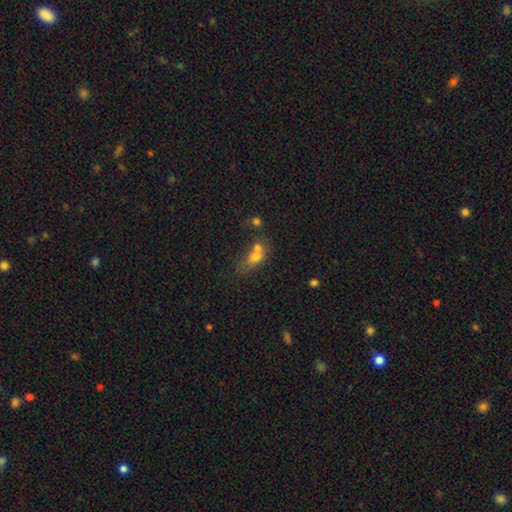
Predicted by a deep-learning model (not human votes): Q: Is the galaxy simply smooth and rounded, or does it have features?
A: smooth — 67%.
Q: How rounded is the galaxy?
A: in between — 57%.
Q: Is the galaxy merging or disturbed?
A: merger — 59%.